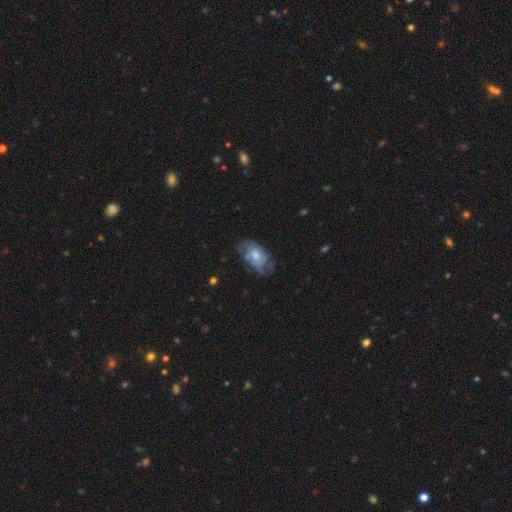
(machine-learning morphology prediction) A featured or disk galaxy (50%). Merging: none (54%).